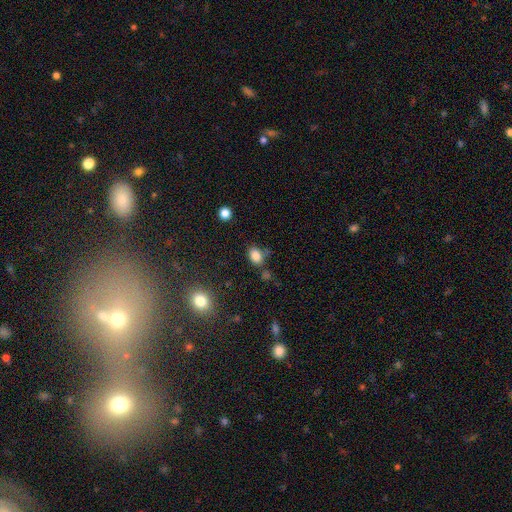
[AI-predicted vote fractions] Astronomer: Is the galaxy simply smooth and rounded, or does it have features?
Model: smooth — 83%.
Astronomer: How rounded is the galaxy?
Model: in between — 73%.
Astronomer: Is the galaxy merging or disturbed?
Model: none — 69%.